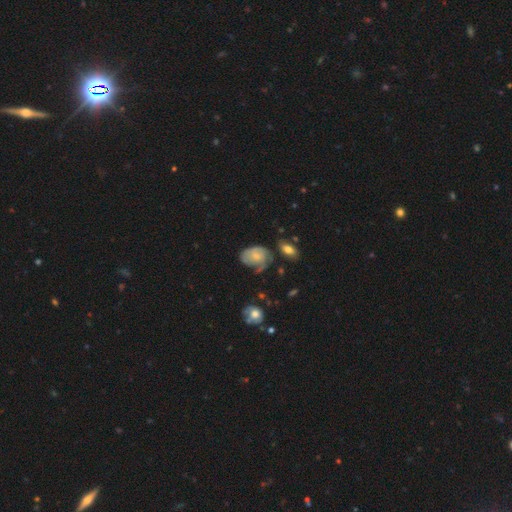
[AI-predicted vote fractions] Smooth or featured?
  - featured or disk: 47% *
  - smooth: 44%
  - star or artifact: 8%
Merging?
  - none: 38% *
  - minor disturbance: 32%
  - major disturbance: 24%
  - merger: 5%